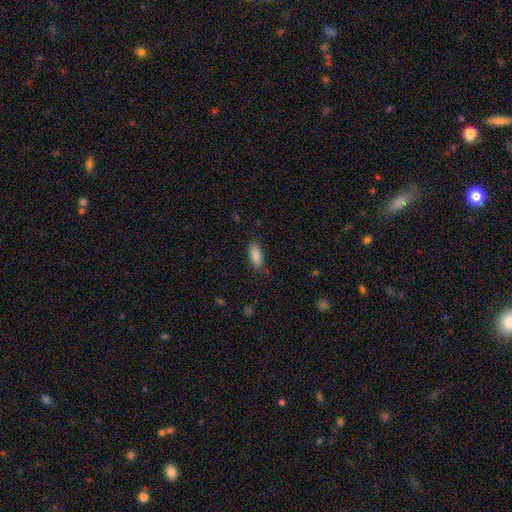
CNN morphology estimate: The model was most divided on "merging": none: 82%, minor disturbance: 14%, major disturbance: 3%, merger: 1%. More confident: smooth or featured — smooth (88%); how rounded — in between (83%).